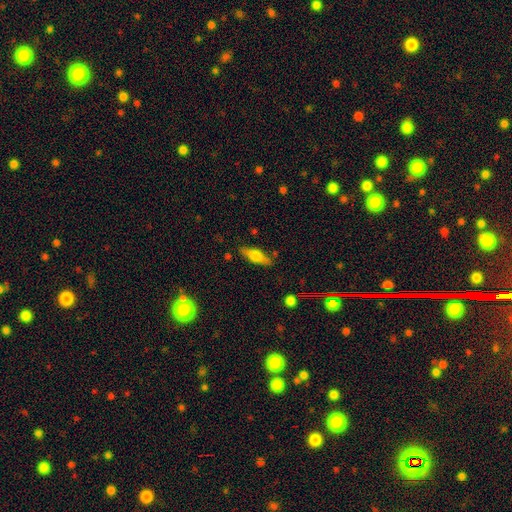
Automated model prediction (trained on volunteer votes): Morphology: type=smooth (49%); merging=none (83%).